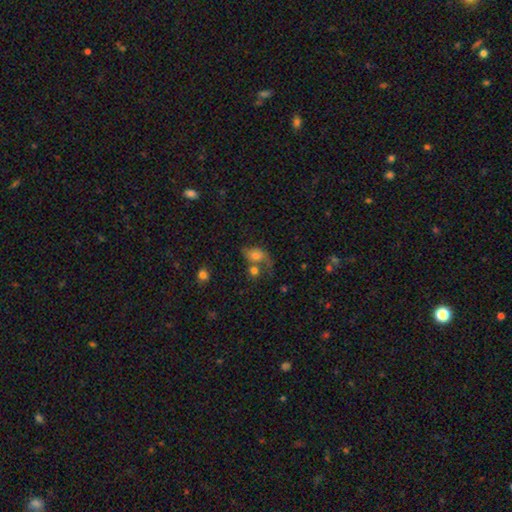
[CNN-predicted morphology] This appears to be a smooth galaxy with no disk features (47%). Merging: merger (32%).